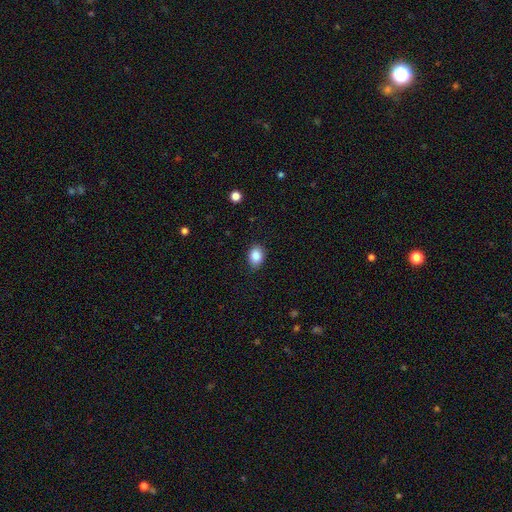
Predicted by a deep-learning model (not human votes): This is clearly a smooth galaxy (87%). How rounded: likely in between (66%). Merging: clearly none (80%).